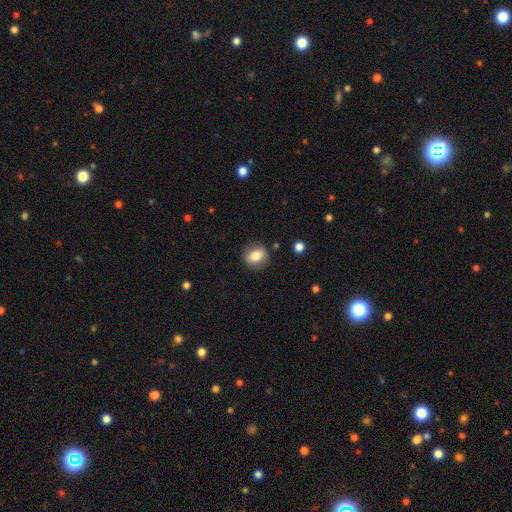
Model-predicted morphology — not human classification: smooth_or_featured: smooth (p=0.74) [alt: featured or disk p=0.17]
how_rounded: round (p=0.66) [alt: in between p=0.33]
merging: none (p=0.83) [alt: minor disturbance p=0.12]